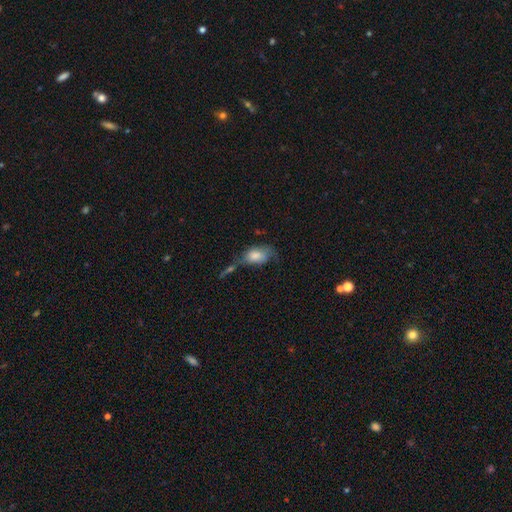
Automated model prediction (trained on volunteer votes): smooth_or_featured: smooth (p=0.72) [alt: featured or disk p=0.20]
how_rounded: in between (p=0.89) [alt: round p=0.08]
merging: none (p=0.33) [alt: minor disturbance p=0.24]